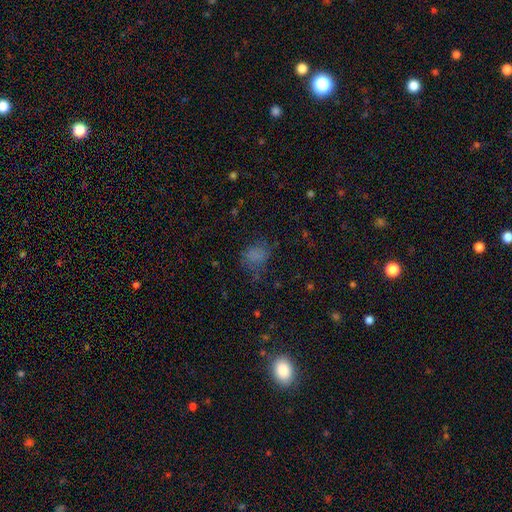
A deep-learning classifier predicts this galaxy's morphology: Smooth or featured?
  - smooth: 71% *
  - star or artifact: 18%
  - featured or disk: 11%
How rounded?
  - round: 50% *
  - in between: 49%
  - cigar-shaped: 1%
Merging?
  - none: 55% *
  - minor disturbance: 25%
  - major disturbance: 18%
  - merger: 2%